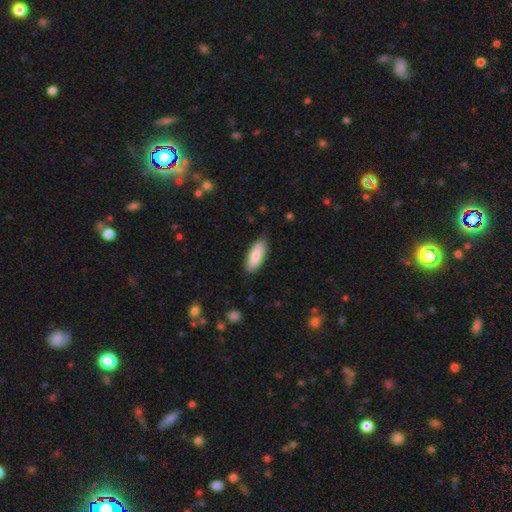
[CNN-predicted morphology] Overall: smooth (80%). How rounded: in between (70%). Merging: none (83%).